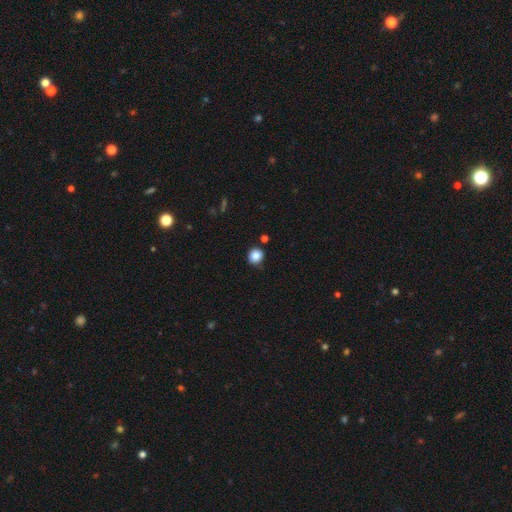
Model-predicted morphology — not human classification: A smooth galaxy with no disk features (85%) that is round (90%).

Vote fractions:
- Smooth or featured? smooth: 85% / star or artifact: 10% / featured or disk: 5%
- How rounded? round: 90% / in between: 9% / cigar-shaped: 1%
- Merging? none: 83% / minor disturbance: 12% / merger: 3% / major disturbance: 2%